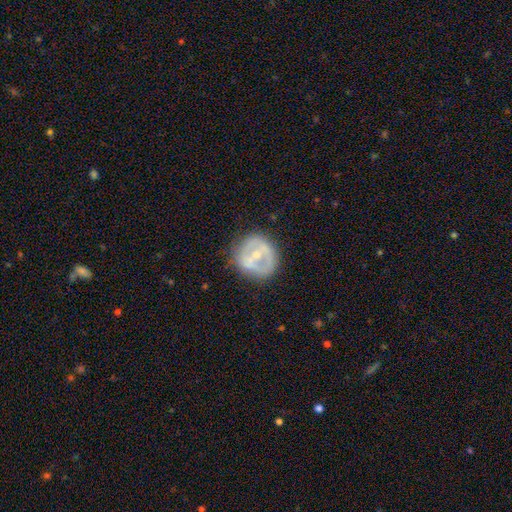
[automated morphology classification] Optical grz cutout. It shows a featured or disk galaxy (59%) with a weak bar (38%), no spiral arms (75%) and a small central bulge (47%). Merging: none (72%).